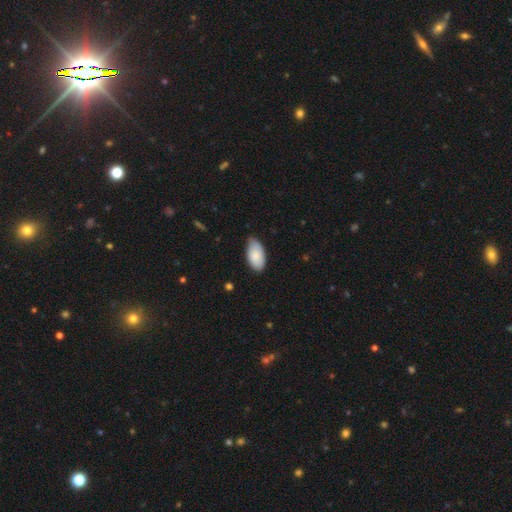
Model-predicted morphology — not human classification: A smooth galaxy with no disk features (86%) that is in between round and cigar-shaped (95%). Merging: none (62%).